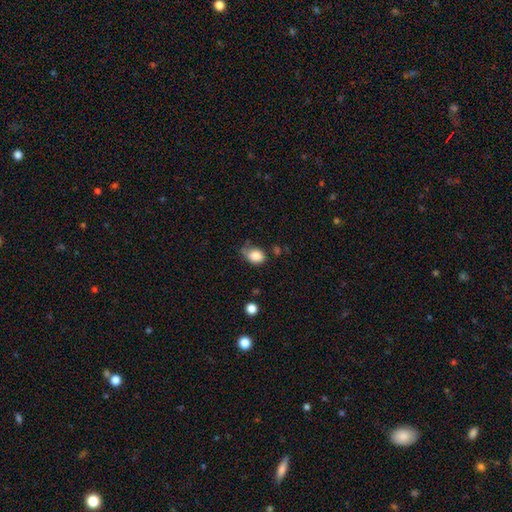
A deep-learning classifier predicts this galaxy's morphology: A smooth galaxy with no disk features (83%) that is in between round and cigar-shaped (64%). Merging: none (50%).